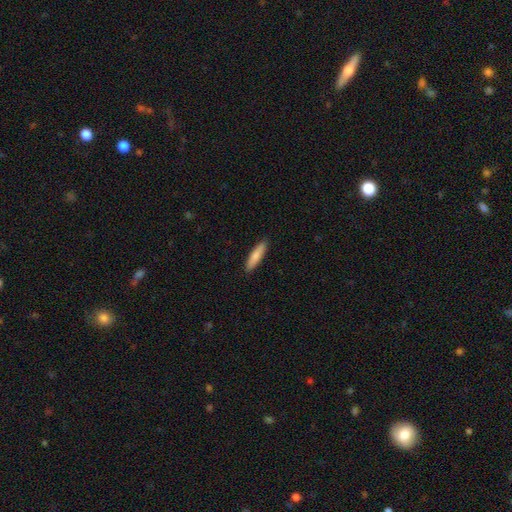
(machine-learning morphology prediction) Smooth or featured? Predicted: smooth (p=0.80). How rounded? Predicted: cigar-shaped (p=0.82). Merging? Predicted: none (p=0.91).